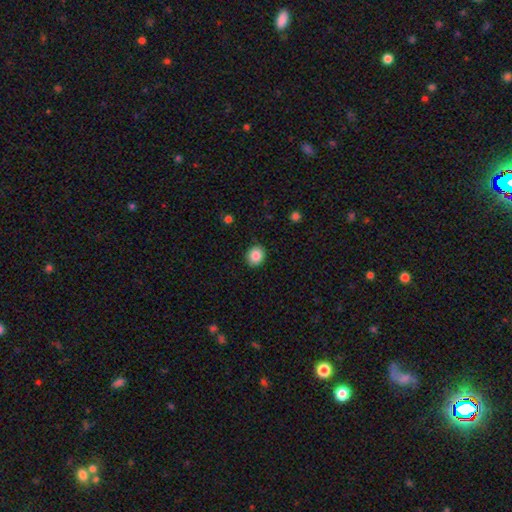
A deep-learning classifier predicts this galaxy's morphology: This is clearly a smooth galaxy (87%). How rounded: likely round (67%). Merging: clearly none (89%).